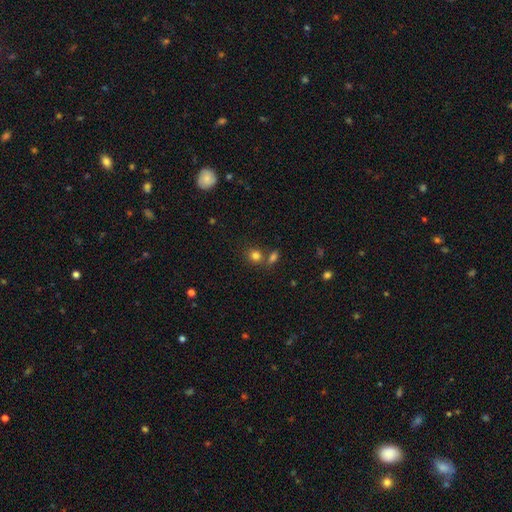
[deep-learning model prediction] Smooth or featured? Predicted: smooth (p=0.80). How rounded? Predicted: round (p=0.72). Merging? Predicted: none (p=0.60).